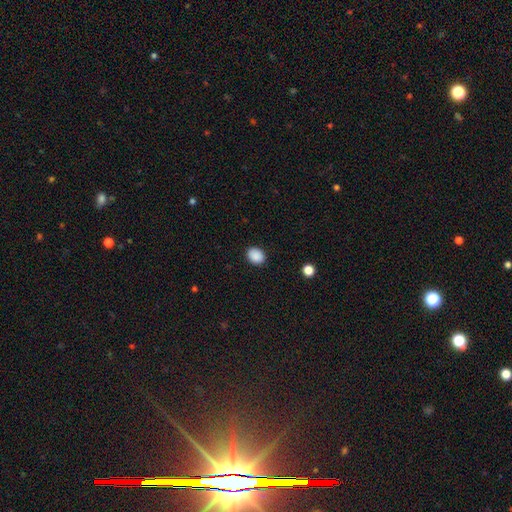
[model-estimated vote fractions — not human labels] The model was most divided on "how rounded": in between: 57%, round: 42%, cigar-shaped: 1%. More confident: merging — none (89%); smooth or featured — smooth (89%).